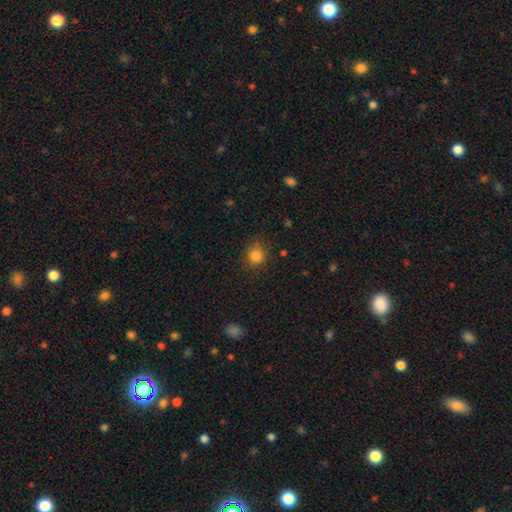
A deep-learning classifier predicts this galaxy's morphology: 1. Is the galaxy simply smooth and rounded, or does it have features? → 83% smooth, 12% star or artifact, 5% featured or disk.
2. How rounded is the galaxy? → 87% round, 12% in between, 1% cigar-shaped.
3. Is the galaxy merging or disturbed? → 83% none, 12% minor disturbance, 3% major disturbance, 2% merger.